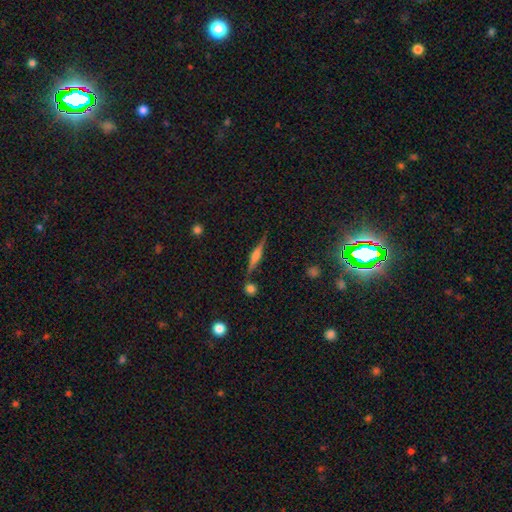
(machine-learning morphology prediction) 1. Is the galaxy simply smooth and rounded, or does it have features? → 65% featured or disk, 27% smooth, 8% star or artifact.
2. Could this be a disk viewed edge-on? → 96% yes, 4% no.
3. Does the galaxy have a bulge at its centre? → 60% rounded, 28% boxy, 12% none.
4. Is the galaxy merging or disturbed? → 81% none, 11% minor disturbance, 5% merger, 3% major disturbance.